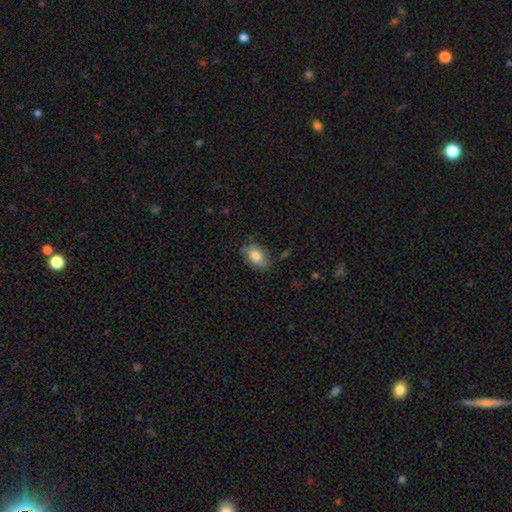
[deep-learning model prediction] This is likely a smooth galaxy (74%). How rounded: clearly in between (85%). Merging: likely none (66%).